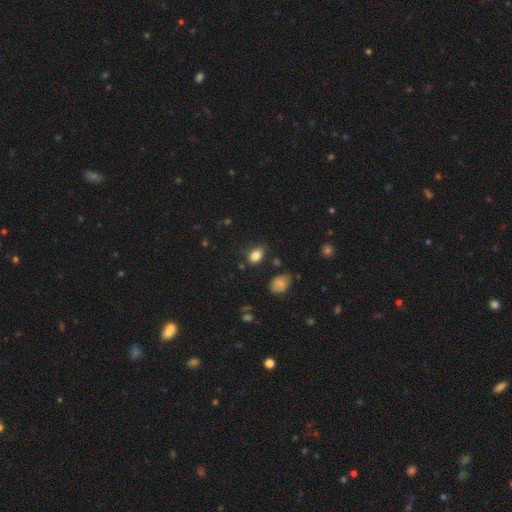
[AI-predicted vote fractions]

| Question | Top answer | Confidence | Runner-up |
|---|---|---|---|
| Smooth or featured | smooth | 83% | star or artifact (11%) |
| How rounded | in between | 75% | round (23%) |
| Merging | none | 71% | minor disturbance (21%) |